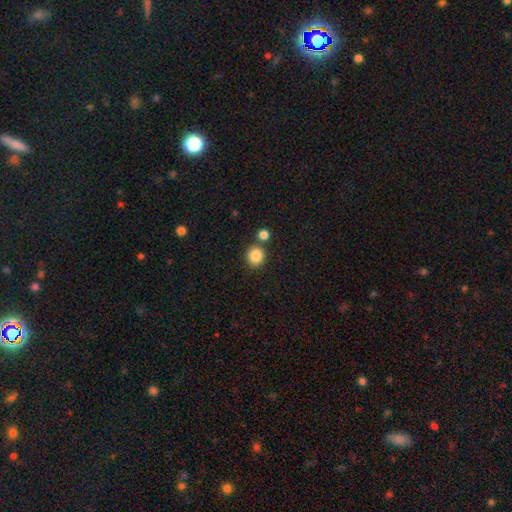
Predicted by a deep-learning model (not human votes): Morphology: type=smooth (87%); roundness=round (84%); merging=none (74%).